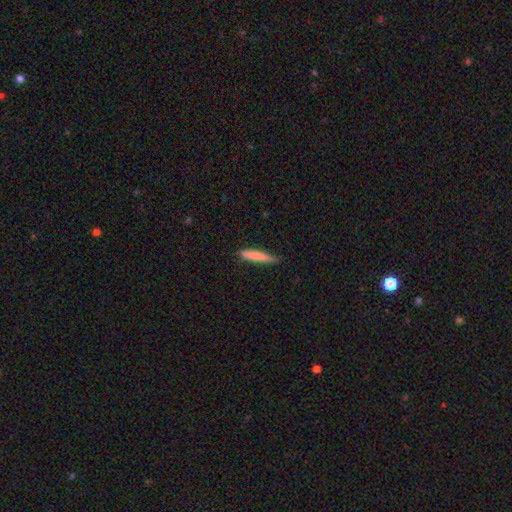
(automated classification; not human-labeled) Q: Smooth or featured?
A: smooth (80%); runner-up: featured or disk (15%)
Q: How rounded?
A: cigar-shaped (91%); runner-up: in between (7%)
Q: Merging?
A: none (76%); runner-up: minor disturbance (20%)